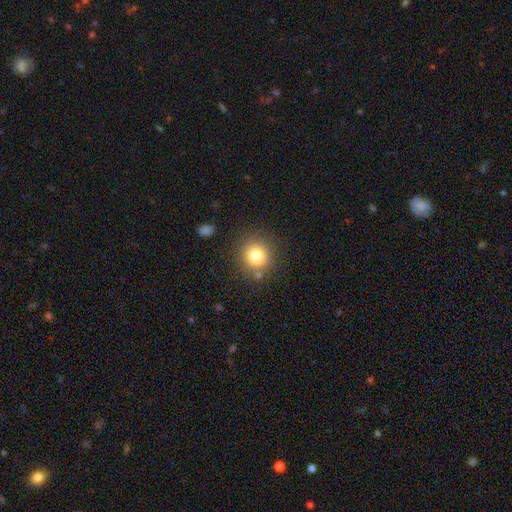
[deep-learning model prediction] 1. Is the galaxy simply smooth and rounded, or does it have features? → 80% smooth, 12% star or artifact, 8% featured or disk.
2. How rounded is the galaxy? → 88% round, 11% in between, 1% cigar-shaped.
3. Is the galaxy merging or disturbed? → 82% none, 10% minor disturbance, 4% merger, 4% major disturbance.